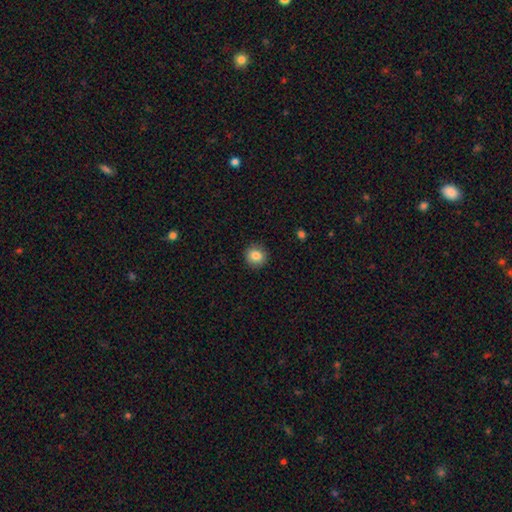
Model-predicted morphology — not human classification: type=smooth (85%); roundness=round (92%); merging=none (91%).